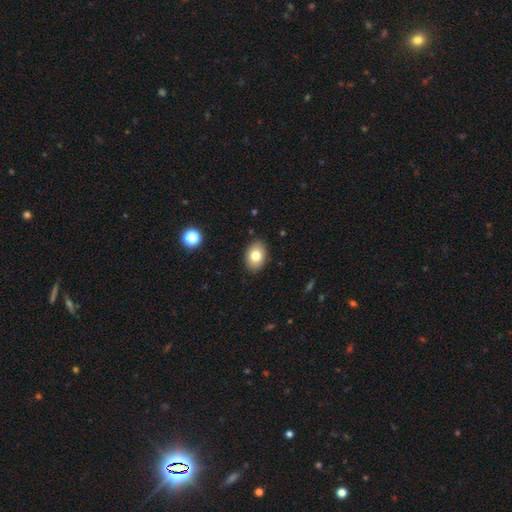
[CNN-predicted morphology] smooth 80%, featured or disk 12%, star or artifact 9%. Down the decision tree: how rounded — in between (81%); merging — none (88%).